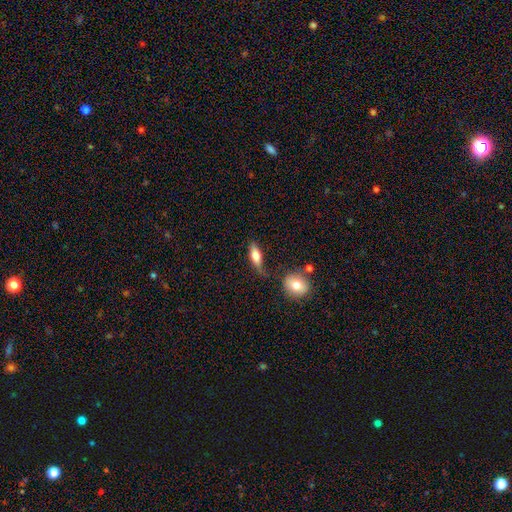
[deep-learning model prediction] Smooth or featured? Predicted: smooth (p=0.70). How rounded? Predicted: in between (p=0.67). Merging? Predicted: none (p=0.54).